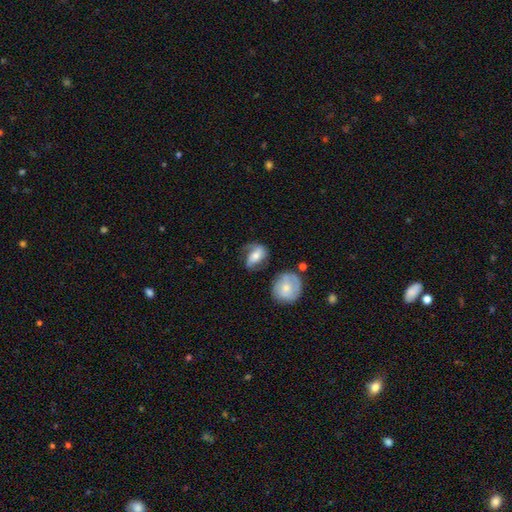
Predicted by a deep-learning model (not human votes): A featured or disk galaxy (50%).

Vote fractions:
- Smooth or featured? featured or disk: 50% / smooth: 43% / star or artifact: 7%
- Merging? none: 42% / minor disturbance: 28% / major disturbance: 24% / merger: 6%